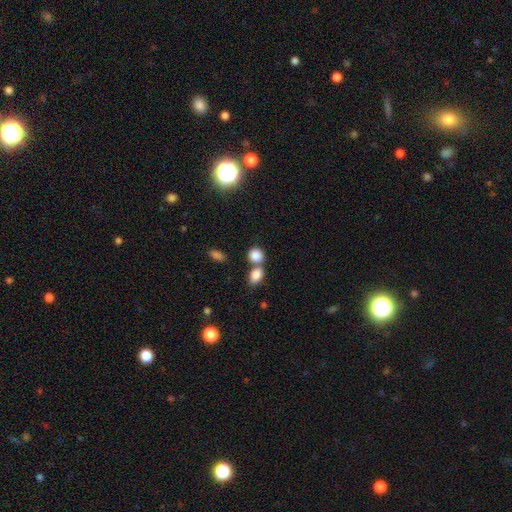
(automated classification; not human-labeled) Morphology: type=smooth (84%); roundness=round (62%); merging=none (46%).